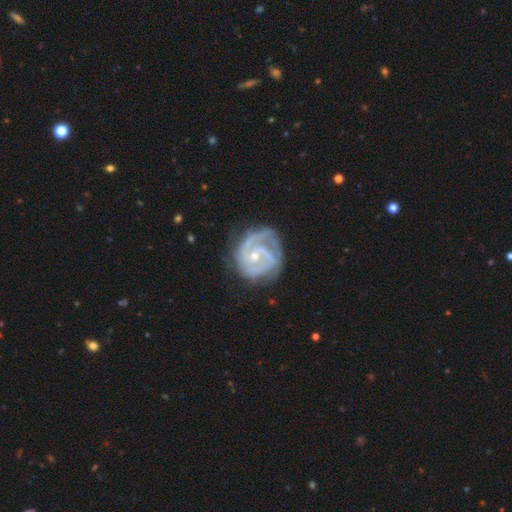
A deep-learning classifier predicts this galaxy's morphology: Smooth or featured: featured or disk — 89% (smooth — 6%)
Edge-on disk: no — 98% (yes — 2%)
Bar: no — 61% (weak — 32%)
Spiral arms: yes — 97% (no — 3%)
Spiral winding: tight — 58% (medium — 34%)
Spiral arm count: 2 — 48% (3 — 22%)
Bulge size: small — 58% (moderate — 39%)
Merging: none — 63% (minor disturbance — 23%)